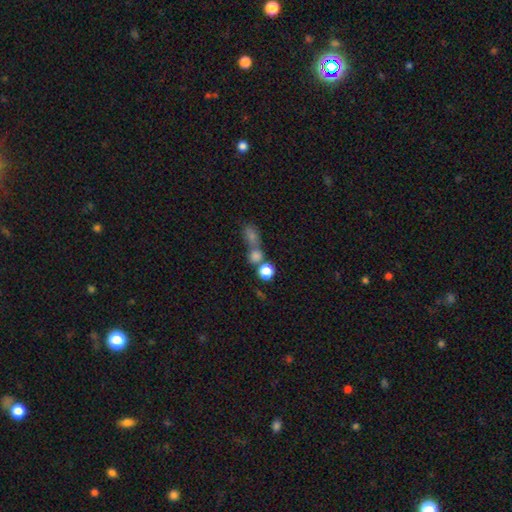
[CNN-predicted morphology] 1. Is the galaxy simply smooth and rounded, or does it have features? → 75% smooth, 15% star or artifact, 9% featured or disk.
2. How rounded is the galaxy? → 69% round, 27% in between, 3% cigar-shaped.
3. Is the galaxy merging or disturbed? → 44% merger, 42% none, 8% minor disturbance, 6% major disturbance.